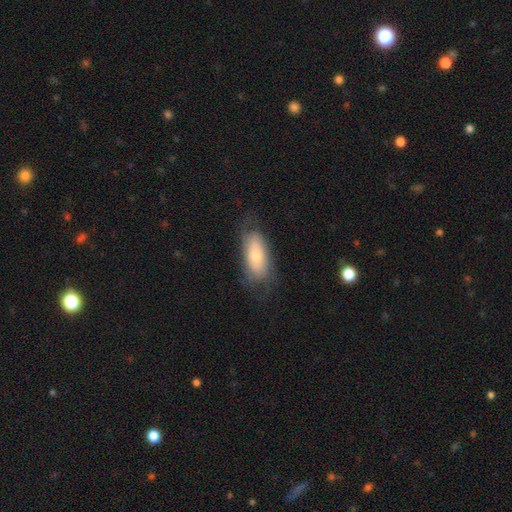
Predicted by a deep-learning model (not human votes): A smooth galaxy with no disk features (57%) that is in between round and cigar-shaped (87%).

Vote fractions:
- Smooth or featured? smooth: 57% / featured or disk: 36% / star or artifact: 7%
- How rounded? in between: 87% / cigar-shaped: 10% / round: 3%
- Merging? none: 64% / minor disturbance: 23% / major disturbance: 12% / merger: 1%